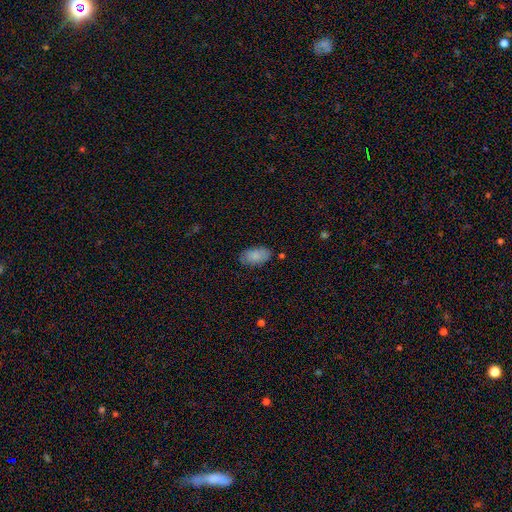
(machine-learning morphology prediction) A smooth galaxy with no disk features (85%) that is in between round and cigar-shaped (94%). Merging: none (79%).